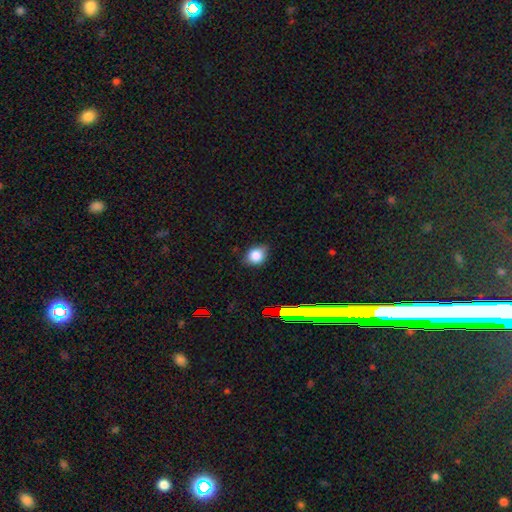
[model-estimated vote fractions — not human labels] This is clearly a smooth galaxy (81%). How rounded: possibly in between (49%, tied with round). Merging: likely none (79%).